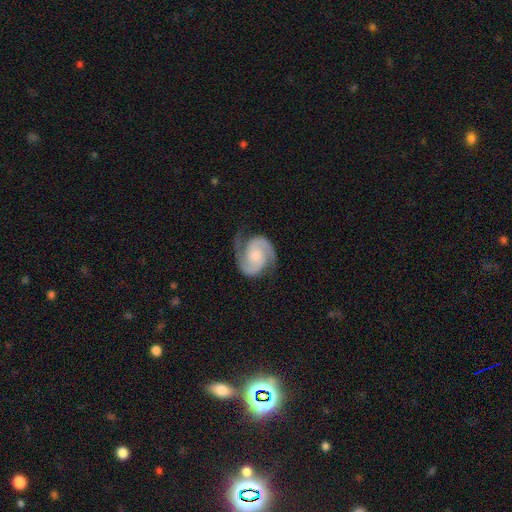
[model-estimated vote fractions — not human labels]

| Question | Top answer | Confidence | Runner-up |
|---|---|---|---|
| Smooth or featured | featured or disk | 92% | smooth (4%) |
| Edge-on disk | no | 98% | yes (2%) |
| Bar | no | 65% | weak (27%) |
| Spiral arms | yes | 99% | no (1%) |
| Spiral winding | medium | 52% | tight (38%) |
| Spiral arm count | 2 | 94% | can't tell (2%) |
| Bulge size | small | 38% | moderate (34%) |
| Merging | none | 77% | minor disturbance (16%) |